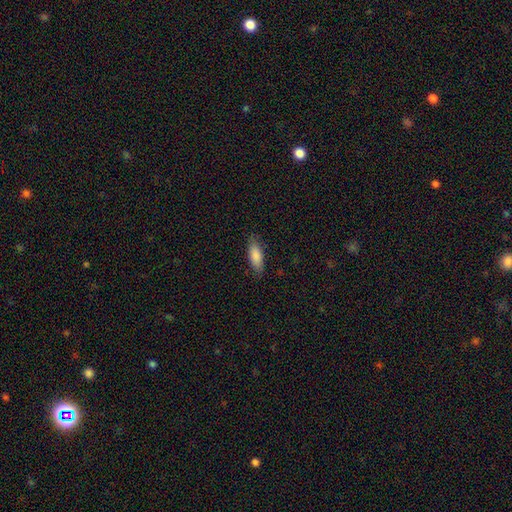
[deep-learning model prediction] The model was most divided on "how rounded": in between: 71%, cigar-shaped: 28%, round: 2%. More confident: smooth or featured — smooth (86%); merging — none (83%).